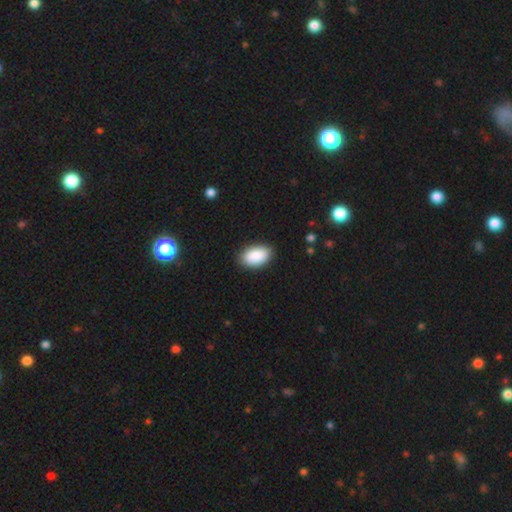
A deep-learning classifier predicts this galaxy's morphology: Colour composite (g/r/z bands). It shows a smooth galaxy with no disk features (90%) that is in between round and cigar-shaped (94%). Merging: none (87%).